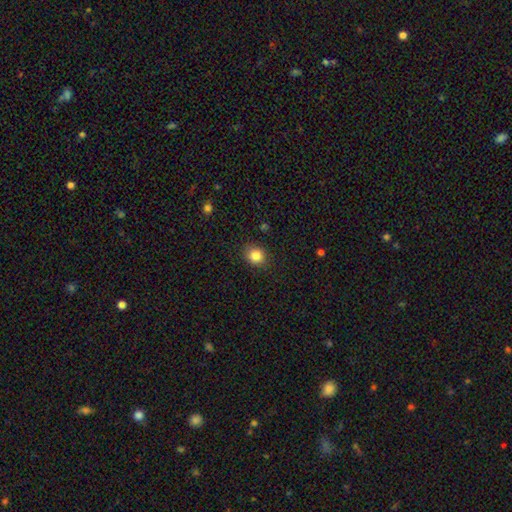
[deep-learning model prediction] Smooth or featured: smooth — 85% (star or artifact — 10%)
How rounded: round — 79% (in between — 20%)
Merging: none — 87% (minor disturbance — 9%)